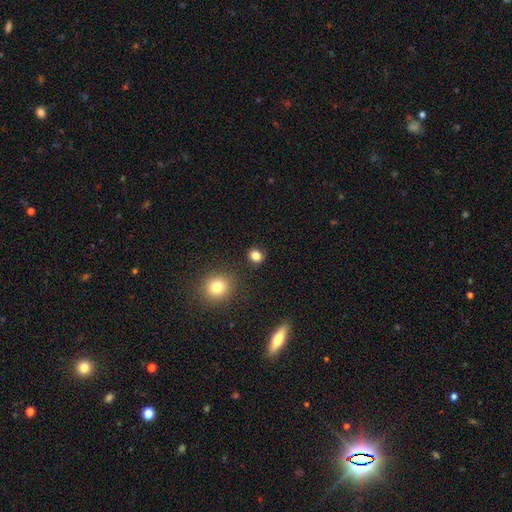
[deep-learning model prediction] A smooth galaxy with no disk features (82%) that is round (77%). Merging: none (87%).